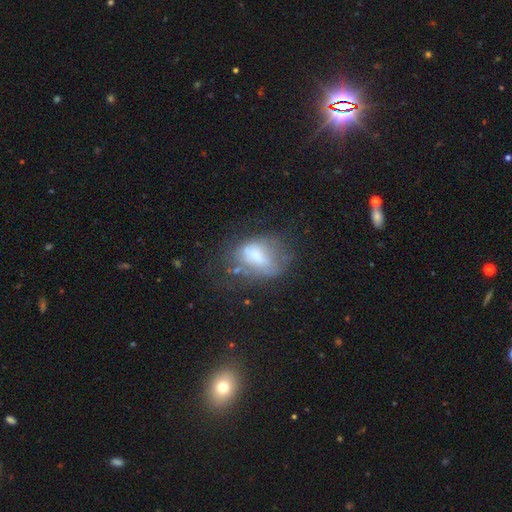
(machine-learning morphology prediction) This appears to be a smooth galaxy with no disk features (48%). Merging: none (33%).